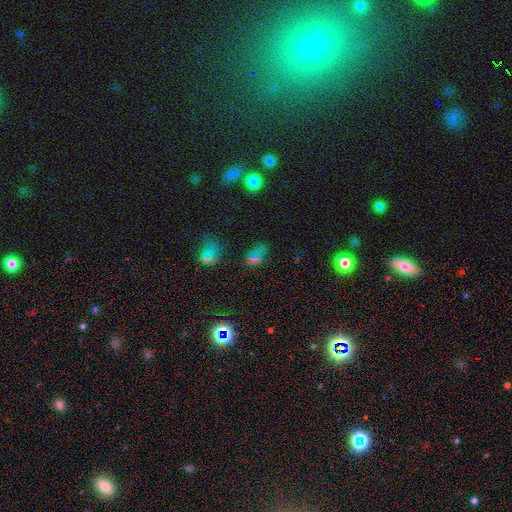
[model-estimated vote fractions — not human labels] Overall: smooth (52%; star or artifact 38%). How rounded: in between (81%). Merging: none (63%).